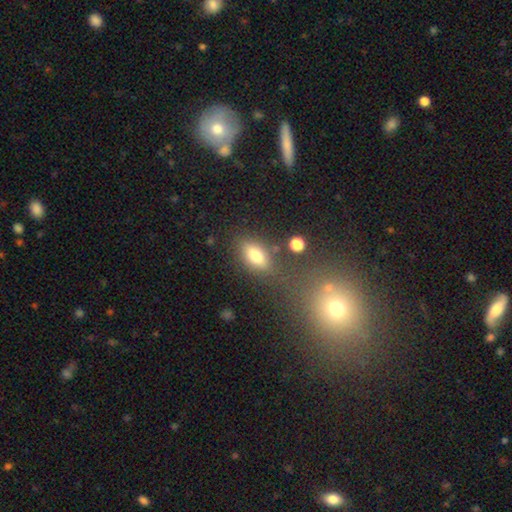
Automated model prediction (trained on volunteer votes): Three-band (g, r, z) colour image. It shows a smooth galaxy with no disk features (73%) that is in between round and cigar-shaped (82%). Merging: none (76%).